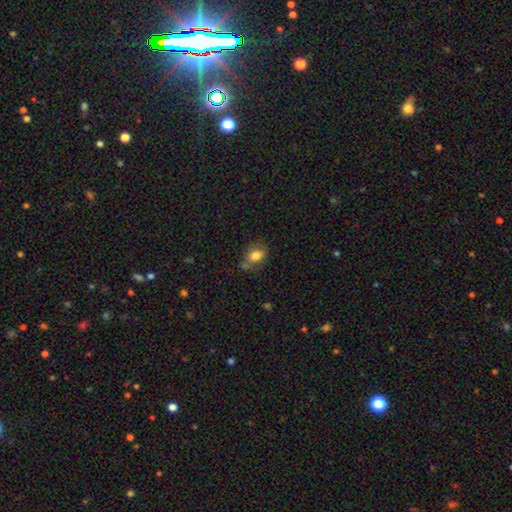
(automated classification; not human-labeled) This is likely a smooth galaxy (80%). How rounded: likely in between (67%). Merging: possibly none (60%).